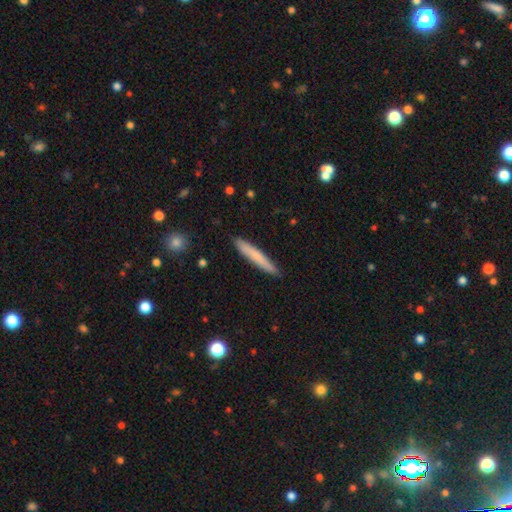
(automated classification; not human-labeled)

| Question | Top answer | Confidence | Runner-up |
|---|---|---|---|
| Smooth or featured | smooth | 68% | featured or disk (26%) |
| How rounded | cigar-shaped | 95% | in between (4%) |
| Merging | none | 89% | minor disturbance (8%) |